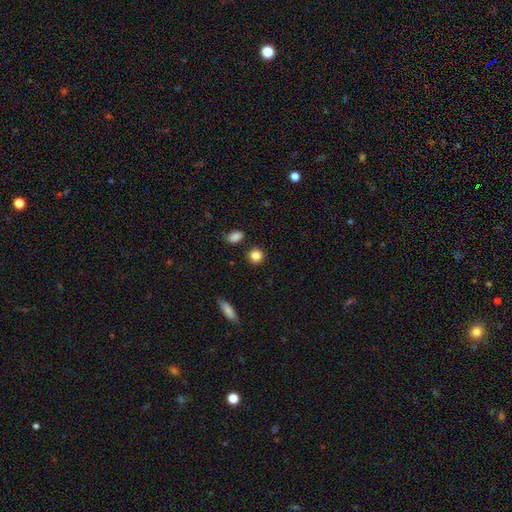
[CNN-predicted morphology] Q: Smooth or featured?
A: smooth (85%); runner-up: star or artifact (10%)
Q: How rounded?
A: round (87%); runner-up: in between (11%)
Q: Merging?
A: none (88%); runner-up: minor disturbance (7%)